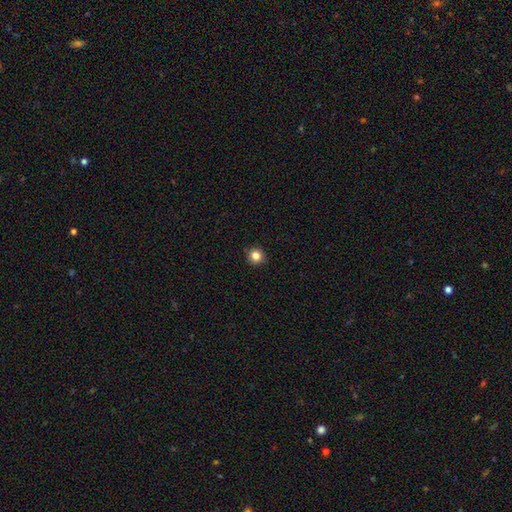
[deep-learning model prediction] Overall: smooth (83%). How rounded: round (94%). Merging: none (92%).